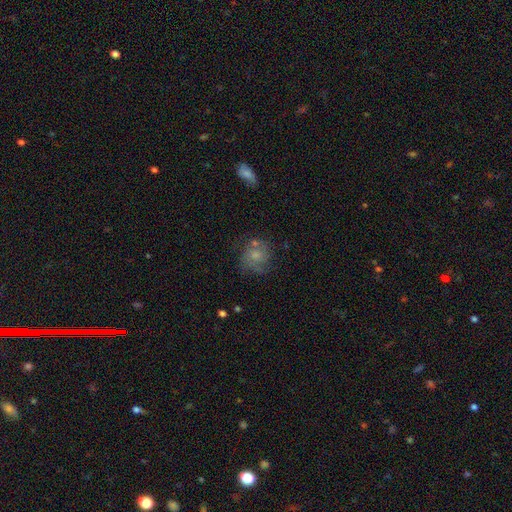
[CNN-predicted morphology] A smooth galaxy with no disk features (51%) that is round (77%).

Vote fractions:
- Smooth or featured? smooth: 51% / featured or disk: 39% / star or artifact: 11%
- How rounded? round: 77% / in between: 22% / cigar-shaped: 1%
- Merging? none: 54% / minor disturbance: 22% / major disturbance: 14% / merger: 9%